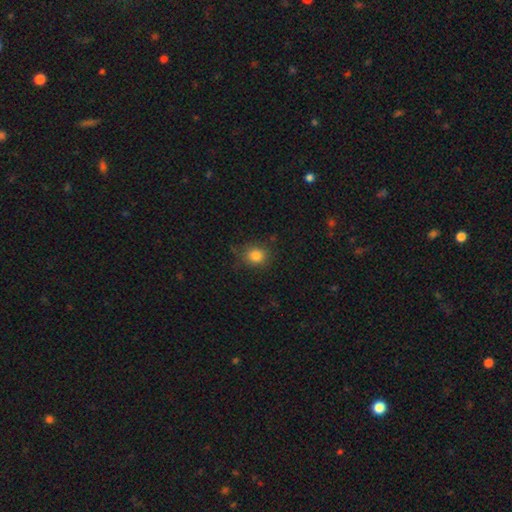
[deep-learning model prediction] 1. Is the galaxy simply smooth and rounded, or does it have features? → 83% smooth, 12% star or artifact, 6% featured or disk.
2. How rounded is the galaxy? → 80% round, 19% in between, 1% cigar-shaped.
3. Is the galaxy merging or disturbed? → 77% none, 17% minor disturbance, 5% major disturbance, 2% merger.